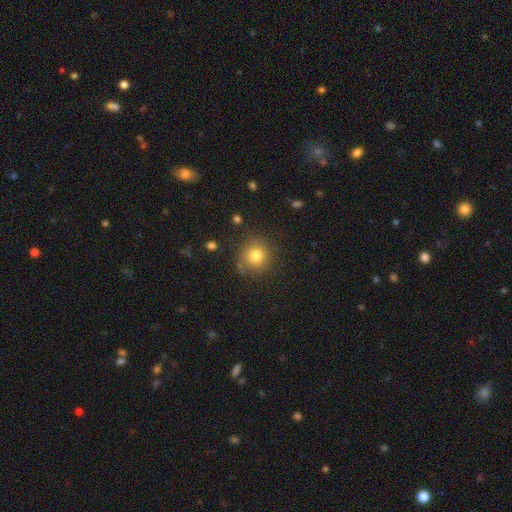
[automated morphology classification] Smooth or featured: smooth — 79% (star or artifact — 13%)
How rounded: round — 91% (in between — 8%)
Merging: none — 84% (minor disturbance — 10%)